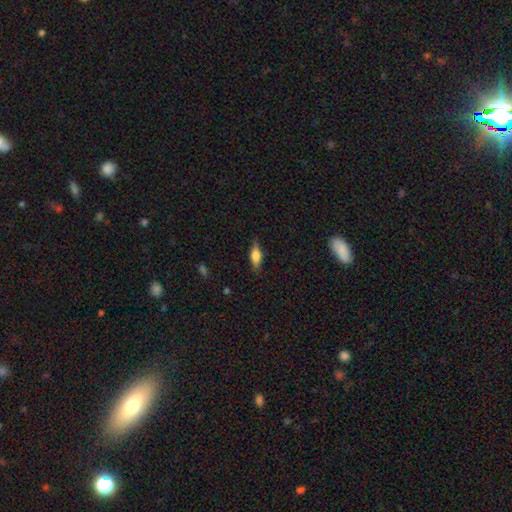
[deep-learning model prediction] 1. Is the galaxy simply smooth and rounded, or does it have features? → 59% smooth, 33% featured or disk, 8% star or artifact.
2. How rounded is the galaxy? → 64% in between, 32% cigar-shaped, 4% round.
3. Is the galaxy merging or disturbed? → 81% none, 15% minor disturbance, 3% major disturbance, 1% merger.